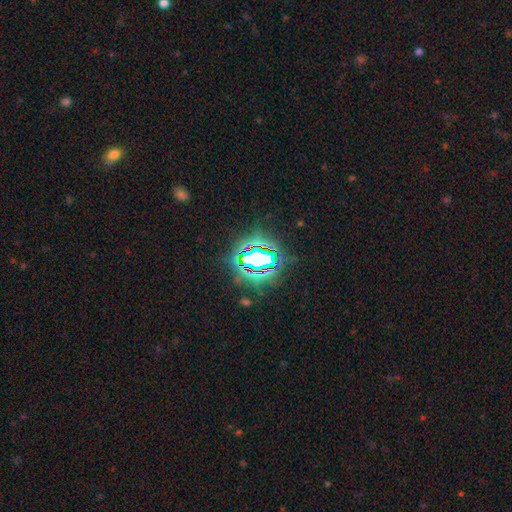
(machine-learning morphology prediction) A star or artifact, not a galaxy (81%).